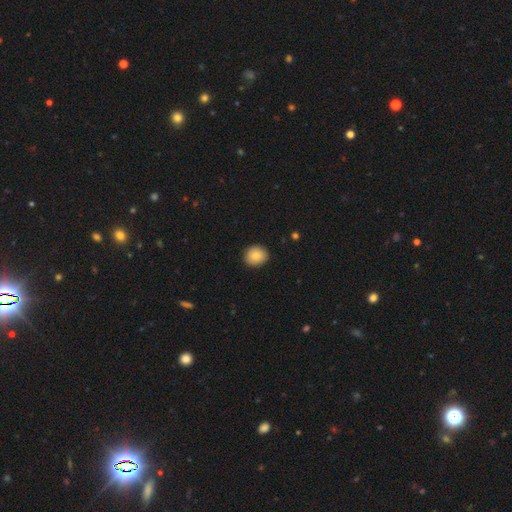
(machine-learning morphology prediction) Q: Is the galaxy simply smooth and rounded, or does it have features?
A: smooth — 84%.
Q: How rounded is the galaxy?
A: round — 78%.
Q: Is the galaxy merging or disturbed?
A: none — 89%.